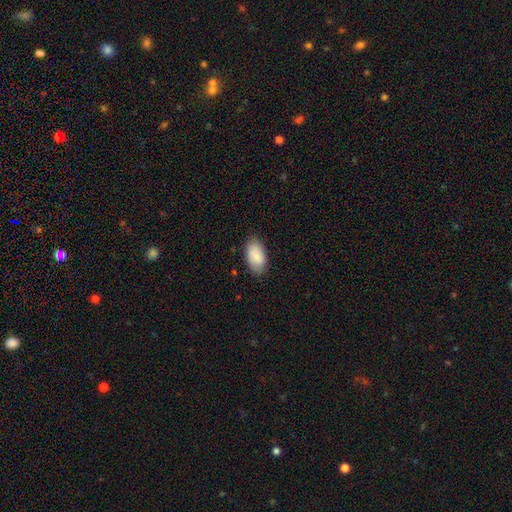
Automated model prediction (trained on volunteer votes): Smooth or featured: smooth — 85% (featured or disk — 9%)
How rounded: in between — 95% (round — 3%)
Merging: none — 83% (minor disturbance — 13%)